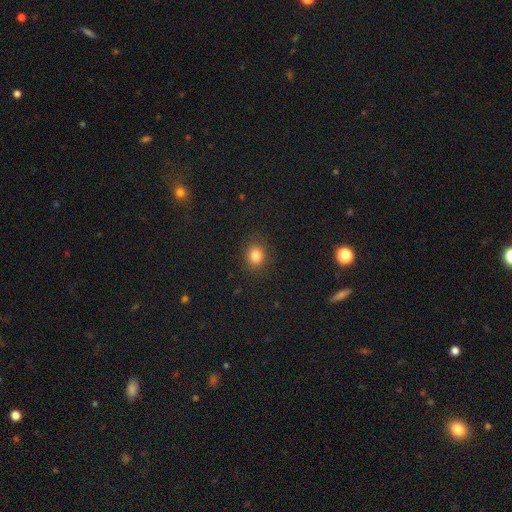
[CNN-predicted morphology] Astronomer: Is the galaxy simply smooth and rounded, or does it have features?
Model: smooth — 83%.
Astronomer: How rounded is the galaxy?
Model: round — 67%.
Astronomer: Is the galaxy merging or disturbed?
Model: none — 87%.